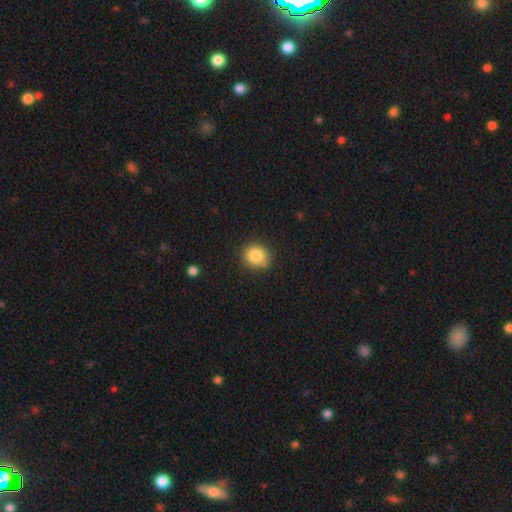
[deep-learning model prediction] The model was most divided on "merging": none: 82%, minor disturbance: 13%, major disturbance: 3%, merger: 2%. More confident: how rounded — round (85%); smooth or featured — smooth (84%).